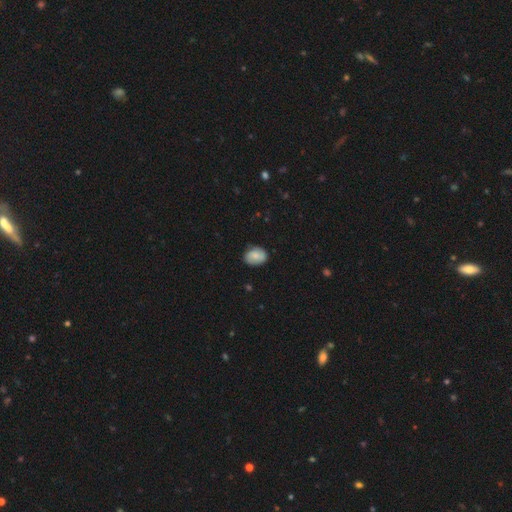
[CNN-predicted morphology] smooth 76%, featured or disk 16%, star or artifact 7%. Down the decision tree: how rounded — in between (67%); merging — none (80%).